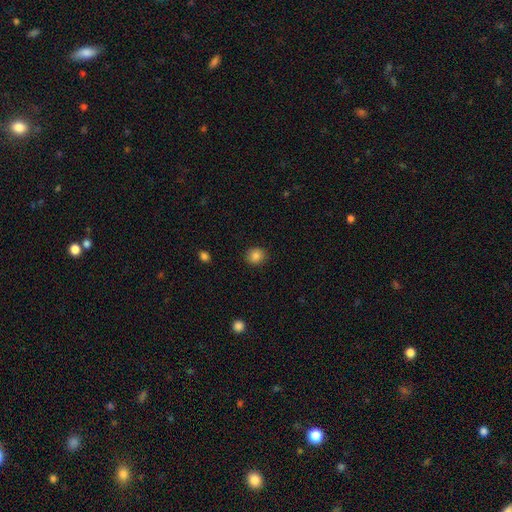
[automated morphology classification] Smooth or featured? smooth (85%)
How rounded? round (75%)
Merging? none (89%)